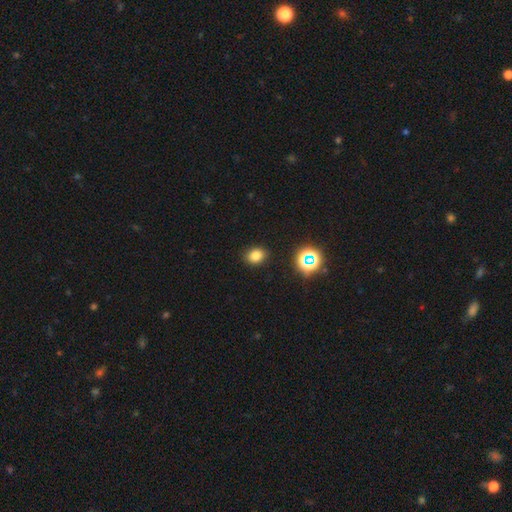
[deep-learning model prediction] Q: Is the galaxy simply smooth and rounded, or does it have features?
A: smooth — 78%.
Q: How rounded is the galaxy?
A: in between — 54%.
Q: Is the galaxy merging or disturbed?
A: none — 88%.